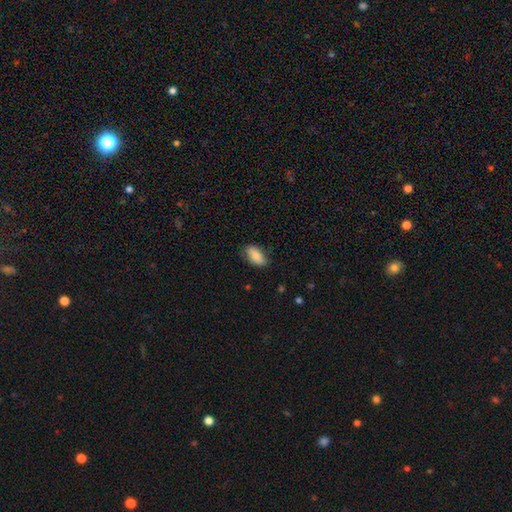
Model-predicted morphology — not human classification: A smooth galaxy with no disk features (85%) that is in between round and cigar-shaped (92%).

Vote fractions:
- Smooth or featured? smooth: 85% / featured or disk: 8% / star or artifact: 7%
- How rounded? in between: 92% / cigar-shaped: 5% / round: 4%
- Merging? none: 77% / minor disturbance: 19% / major disturbance: 3% / merger: 1%